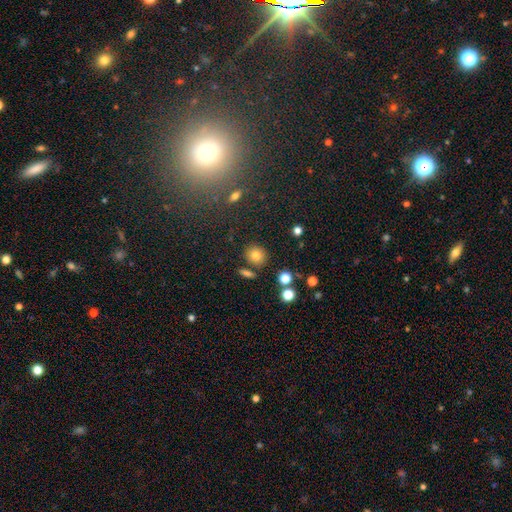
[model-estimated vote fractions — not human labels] Overall: smooth (79%). How rounded: round (77%). Merging: none (80%).